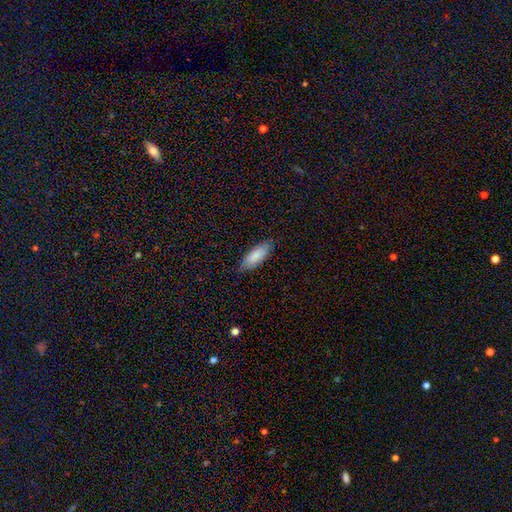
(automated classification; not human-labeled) The model was most divided on "how rounded": in between: 71%, cigar-shaped: 27%, round: 2%. More confident: smooth or featured — smooth (84%); merging — none (82%).